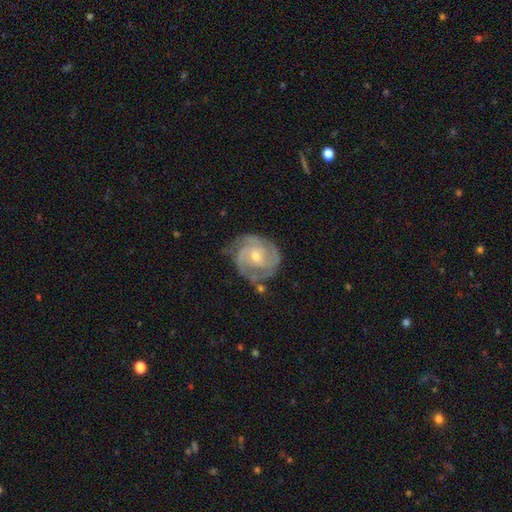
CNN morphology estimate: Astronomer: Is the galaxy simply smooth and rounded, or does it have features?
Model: featured or disk — 89%.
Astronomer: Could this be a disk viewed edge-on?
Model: no — 98%.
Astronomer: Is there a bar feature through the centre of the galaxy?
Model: no — 58% (runner-up: weak, 33%).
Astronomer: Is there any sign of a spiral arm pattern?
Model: yes — 98%.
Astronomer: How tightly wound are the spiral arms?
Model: tight — 65%.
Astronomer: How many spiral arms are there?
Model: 3 — 47% (runner-up: 2, 26%).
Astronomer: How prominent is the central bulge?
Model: small — 55% (runner-up: moderate, 42%).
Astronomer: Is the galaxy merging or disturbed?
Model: none — 71%.